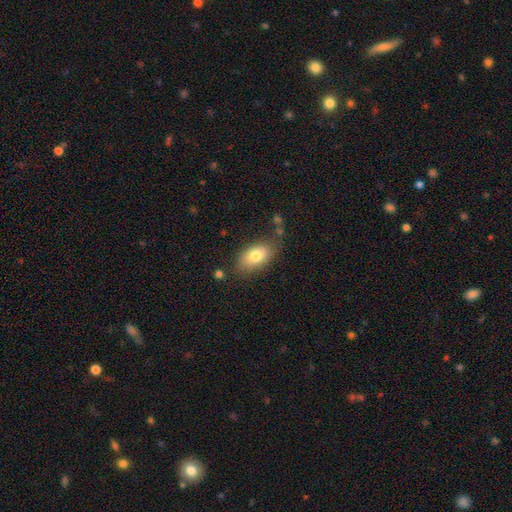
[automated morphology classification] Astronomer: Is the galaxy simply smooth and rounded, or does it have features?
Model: smooth — 79%.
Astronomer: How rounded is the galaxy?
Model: in between — 91%.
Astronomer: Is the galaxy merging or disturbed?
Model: none — 76%.